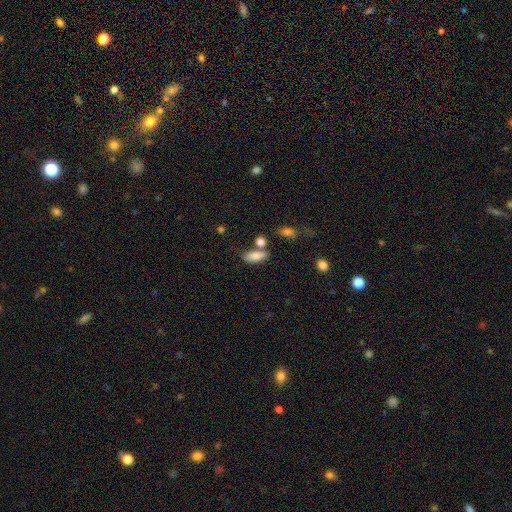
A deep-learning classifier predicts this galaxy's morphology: A smooth galaxy with no disk features (81%) that is in between round and cigar-shaped (78%).

Vote fractions:
- Smooth or featured? smooth: 81% / featured or disk: 11% / star or artifact: 8%
- How rounded? in between: 78% / cigar-shaped: 18% / round: 4%
- Merging? none: 60% / merger: 20% / minor disturbance: 16% / major disturbance: 5%